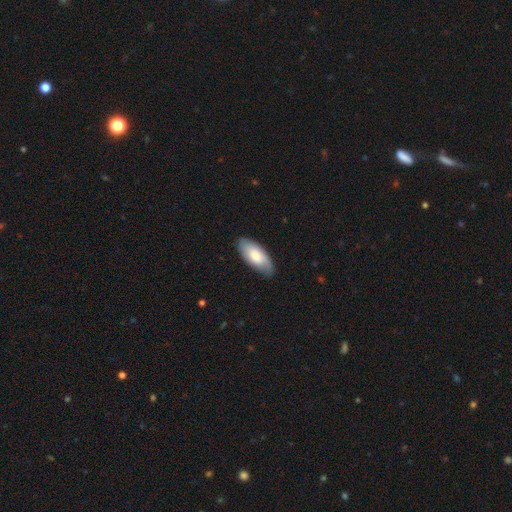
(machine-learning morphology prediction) A smooth galaxy with no disk features (72%) that is in between round and cigar-shaped (89%).

Vote fractions:
- Smooth or featured? smooth: 72% / featured or disk: 23% / star or artifact: 5%
- How rounded? in between: 89% / cigar-shaped: 9% / round: 2%
- Merging? none: 78% / minor disturbance: 18% / major disturbance: 3% / merger: 1%